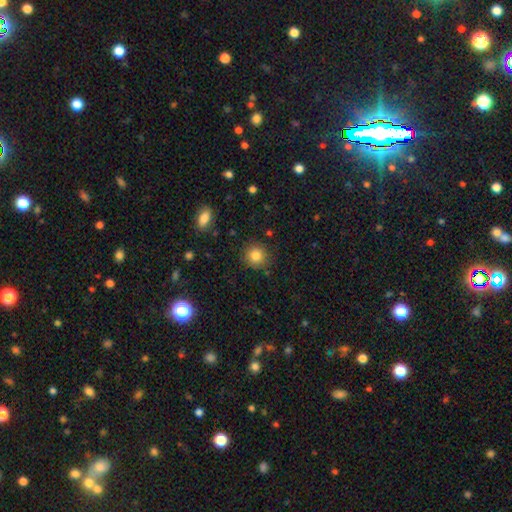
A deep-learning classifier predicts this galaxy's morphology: This appears to be a smooth galaxy with no disk features (83%) that is round (91%). Merging: none (88%).